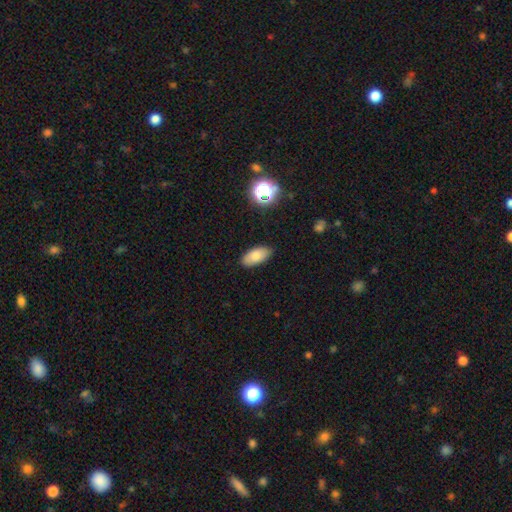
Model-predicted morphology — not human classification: A smooth galaxy with no disk features (80%) that is in between round and cigar-shaped (91%).

Vote fractions:
- Smooth or featured? smooth: 80% / featured or disk: 11% / star or artifact: 9%
- How rounded? in between: 91% / cigar-shaped: 5% / round: 3%
- Merging? none: 84% / minor disturbance: 12% / major disturbance: 2% / merger: 1%